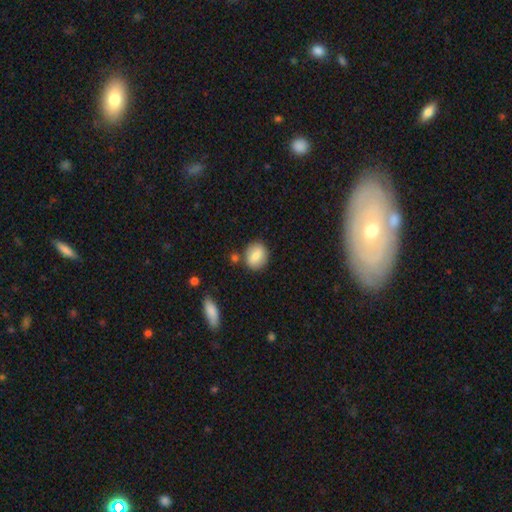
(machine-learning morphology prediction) This is likely a smooth galaxy (79%). How rounded: possibly round (53%). Merging: likely none (80%).